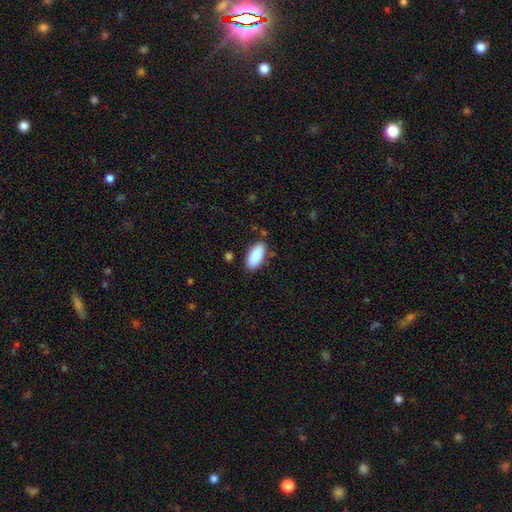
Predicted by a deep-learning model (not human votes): smooth-or-featured: smooth: 90% | star or artifact: 6% | featured or disk: 4%
  how-rounded: in between: 90% | cigar-shaped: 8% | round: 2%
  merging: none: 83% | minor disturbance: 12% | major disturbance: 3% | merger: 2%